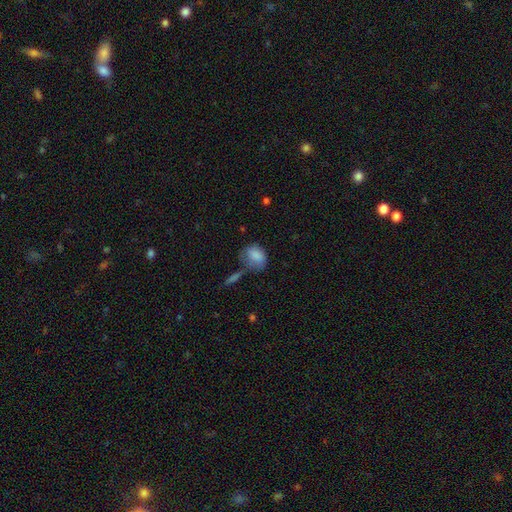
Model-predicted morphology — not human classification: smooth 82%, featured or disk 10%, star or artifact 8%. Down the decision tree: how rounded — in between (63%); merging — none (45%).